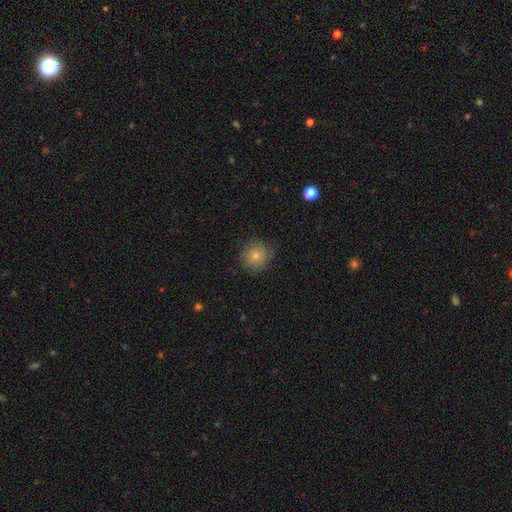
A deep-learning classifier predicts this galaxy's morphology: The model was most divided on "merging": none: 82%, minor disturbance: 14%, major disturbance: 3%, merger: 1%. More confident: how rounded — round (91%); smooth or featured — smooth (80%).